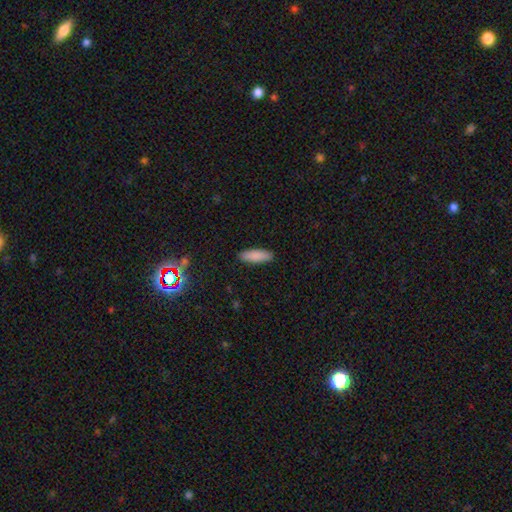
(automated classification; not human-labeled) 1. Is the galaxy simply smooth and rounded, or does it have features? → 87% smooth, 7% featured or disk, 6% star or artifact.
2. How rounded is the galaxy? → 52% cigar-shaped, 47% in between, 2% round.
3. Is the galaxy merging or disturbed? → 90% none, 8% minor disturbance, 2% major disturbance, 1% merger.